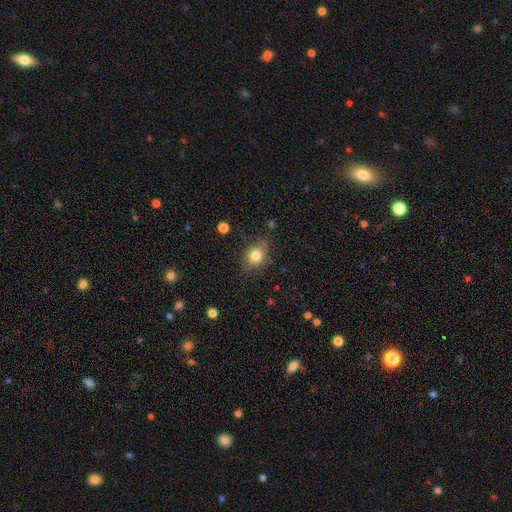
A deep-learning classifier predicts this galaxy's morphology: This appears to be a smooth galaxy with no disk features (76%) that is in between round and cigar-shaped (61%). Merging: none (75%).